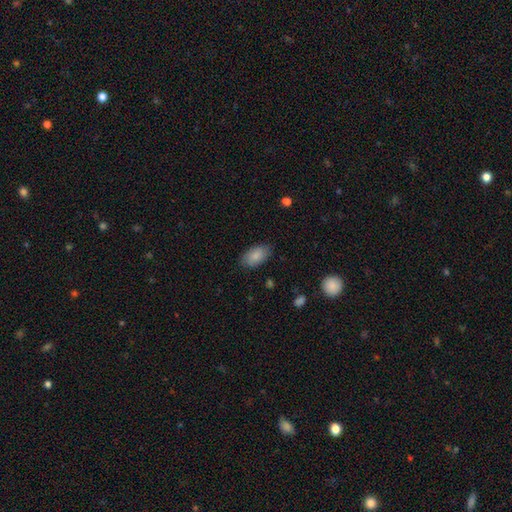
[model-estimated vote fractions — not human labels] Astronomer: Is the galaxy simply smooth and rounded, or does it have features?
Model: smooth — 86%.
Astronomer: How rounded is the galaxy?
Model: in between — 94%.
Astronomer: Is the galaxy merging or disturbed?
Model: none — 84%.